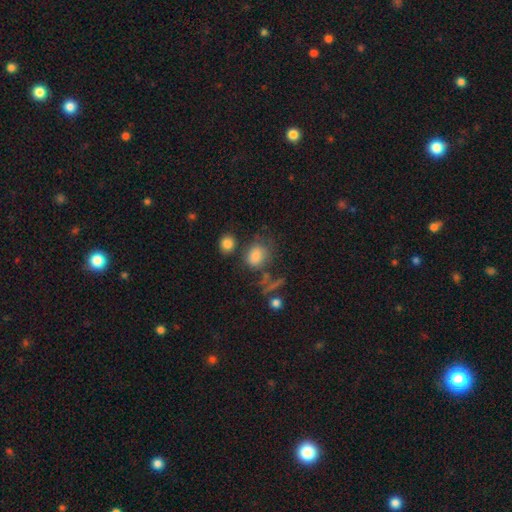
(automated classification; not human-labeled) This appears to be a smooth galaxy with no disk features (78%) that is in between round and cigar-shaped (57%). Merging: none (55%).